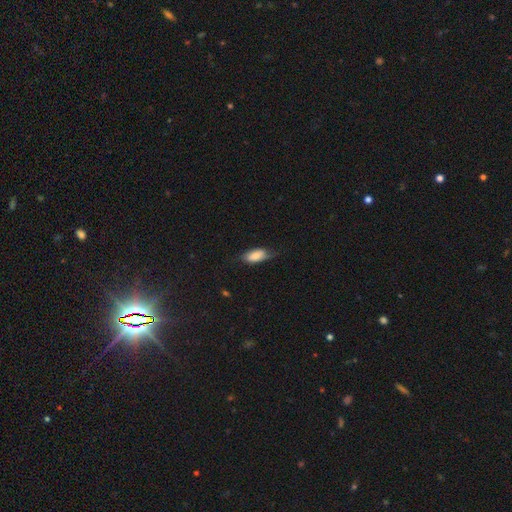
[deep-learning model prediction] This is likely a smooth galaxy (78%). How rounded: clearly in between (85%). Merging: possibly none (57%).